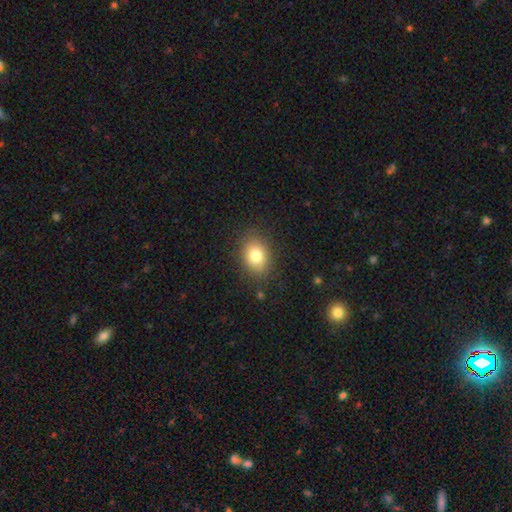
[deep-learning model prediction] smooth-or-featured: smooth: 80% | star or artifact: 10% | featured or disk: 10%
  how-rounded: in between: 63% | round: 36% | cigar-shaped: 1%
  merging: none: 84% | minor disturbance: 11% | major disturbance: 4% | merger: 1%